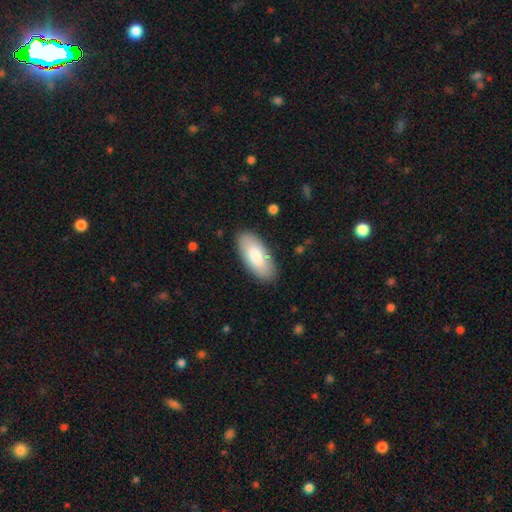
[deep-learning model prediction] Morphology: type=smooth (82%); roundness=in between (90%); merging=none (85%).